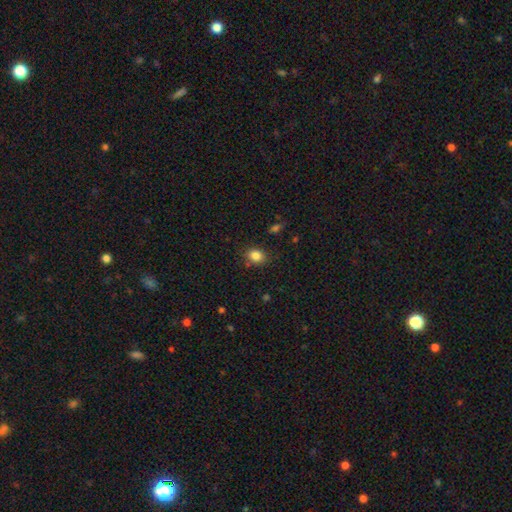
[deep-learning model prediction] Q: Smooth or featured?
A: smooth (84%); runner-up: star or artifact (11%)
Q: How rounded?
A: round (53%); runner-up: in between (46%)
Q: Merging?
A: none (82%); runner-up: minor disturbance (12%)